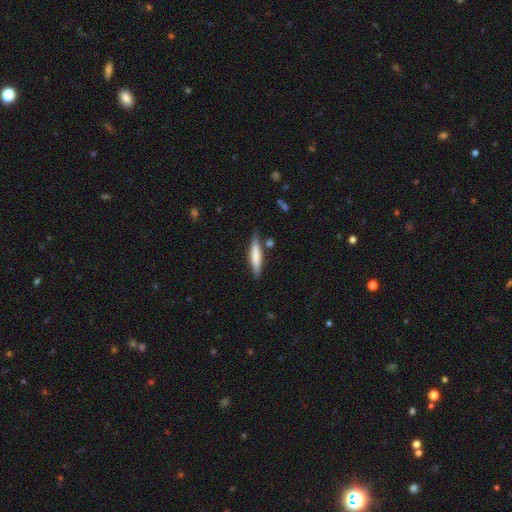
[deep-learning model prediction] Q: Smooth or featured?
A: smooth (65%); runner-up: featured or disk (29%)
Q: How rounded?
A: cigar-shaped (87%); runner-up: in between (12%)
Q: Merging?
A: none (79%); runner-up: minor disturbance (13%)